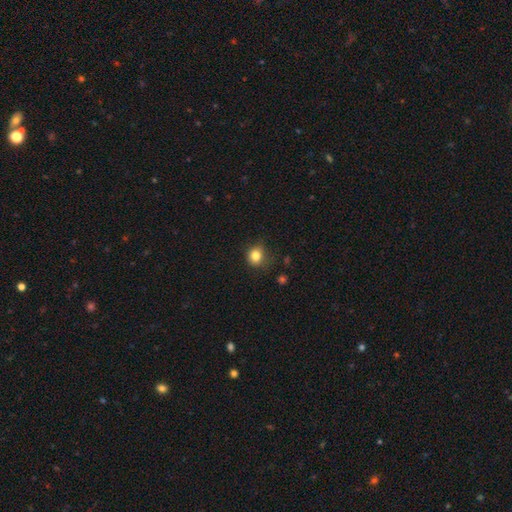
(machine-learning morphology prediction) smooth_or_featured: smooth (p=0.82) [alt: star or artifact p=0.12]
how_rounded: round (p=0.80) [alt: in between p=0.19]
merging: none (p=0.74) [alt: minor disturbance p=0.19]